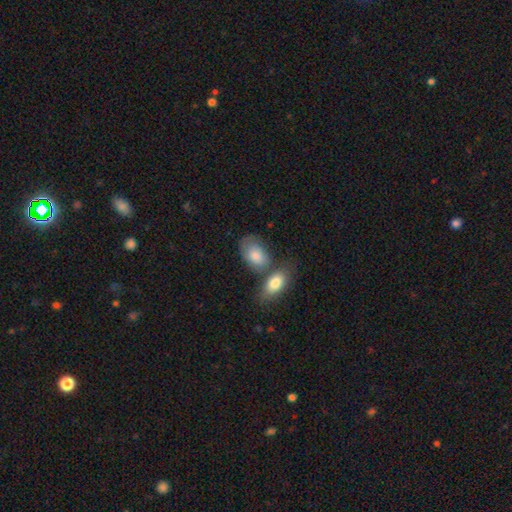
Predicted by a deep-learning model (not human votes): This appears to be a smooth galaxy with no disk features (80%) that is in between round and cigar-shaped (90%). Merging: none (41%).